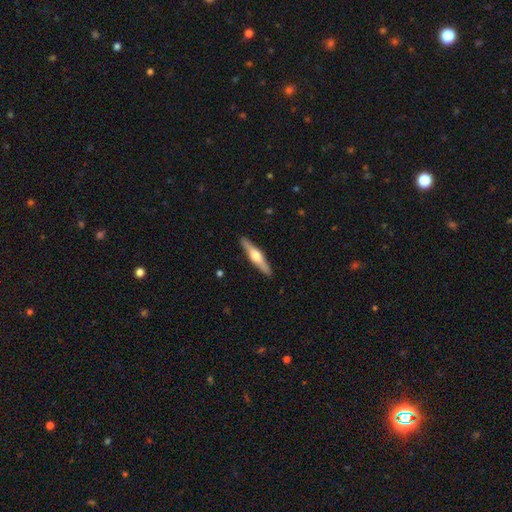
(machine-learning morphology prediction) Smooth or featured? featured or disk (58%)
Edge-on disk? yes (95%)
Edge-on bulge? rounded (93%)
Merging? none (91%)